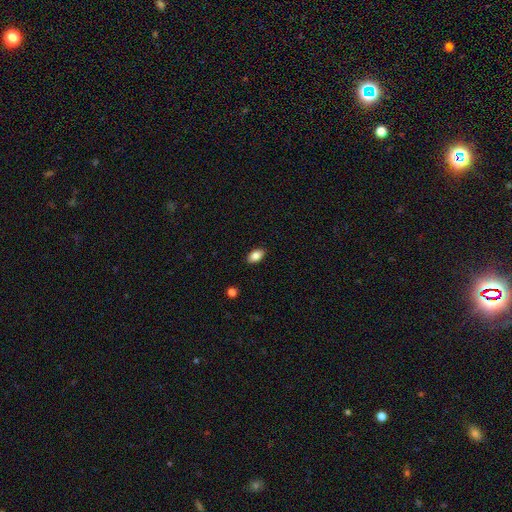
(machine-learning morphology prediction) Q: Smooth or featured?
A: smooth (85%); runner-up: star or artifact (8%)
Q: How rounded?
A: in between (92%); runner-up: round (6%)
Q: Merging?
A: none (89%); runner-up: minor disturbance (8%)